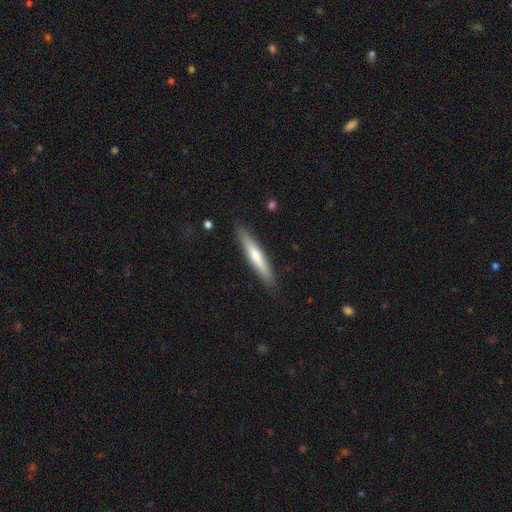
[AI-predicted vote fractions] A smooth galaxy with no disk features (52%) that is cigar-shaped (93%).

Vote fractions:
- Smooth or featured? smooth: 52% / featured or disk: 43% / star or artifact: 6%
- How rounded? cigar-shaped: 93% / in between: 6% / round: 1%
- Merging? none: 89% / minor disturbance: 8% / major disturbance: 2% / merger: 1%